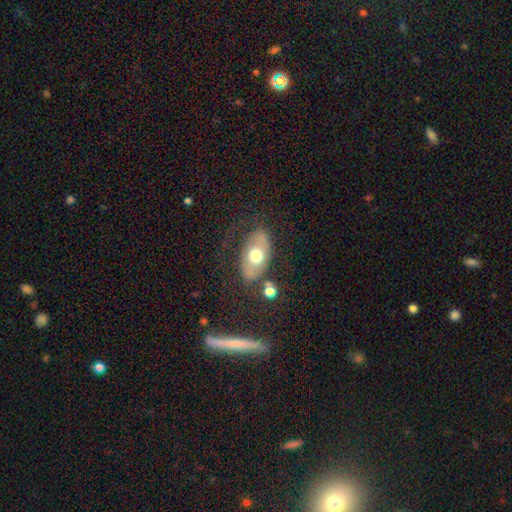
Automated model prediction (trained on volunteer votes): A smooth galaxy with no disk features (56%) that is in between round and cigar-shaped (89%). Merging: none (67%).